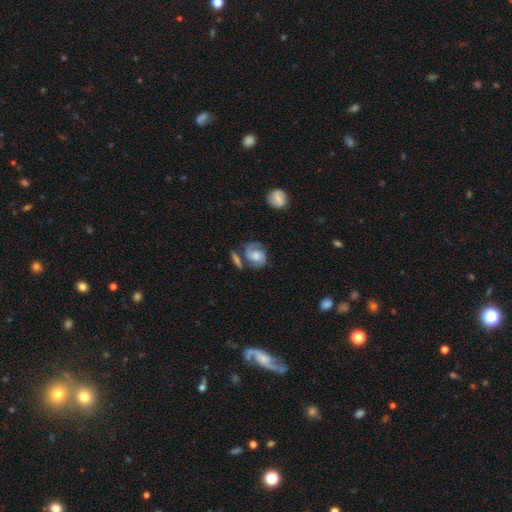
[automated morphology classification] featured or disk 74%, smooth 19%, star or artifact 7%. Down the decision tree: edge-on disk — no (97%); bar — no (62%); spiral arms — yes (94%); spiral arm count — 2 (80%); spiral winding — medium (46%); bulge size — moderate (47%); merging — none (56%).